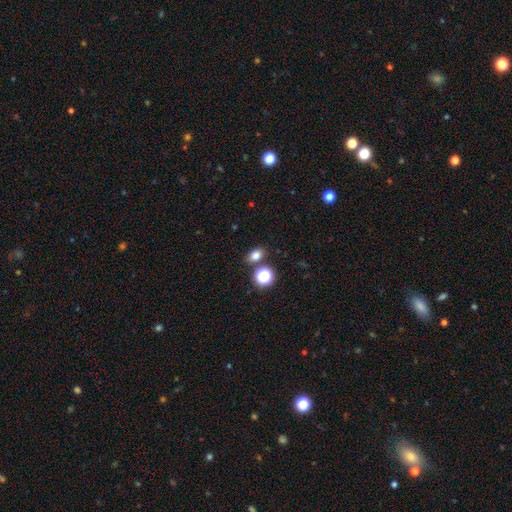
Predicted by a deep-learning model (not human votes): smooth-or-featured: smooth: 78% | star or artifact: 16% | featured or disk: 6%
  how-rounded: in between: 65% | round: 34% | cigar-shaped: 1%
  merging: none: 76% | merger: 11% | minor disturbance: 10% | major disturbance: 3%